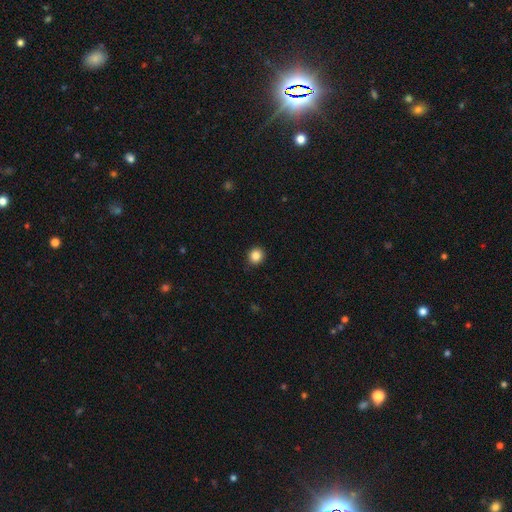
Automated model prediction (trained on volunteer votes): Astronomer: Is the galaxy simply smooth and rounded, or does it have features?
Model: smooth — 85%.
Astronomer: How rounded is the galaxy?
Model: round — 87%.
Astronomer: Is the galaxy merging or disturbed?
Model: none — 90%.